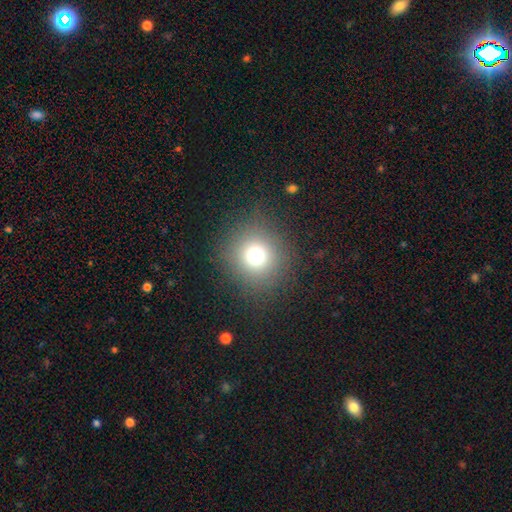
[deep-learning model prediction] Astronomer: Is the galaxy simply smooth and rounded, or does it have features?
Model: smooth — 72%.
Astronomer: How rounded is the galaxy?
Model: round — 93%.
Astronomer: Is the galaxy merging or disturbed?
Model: none — 88%.